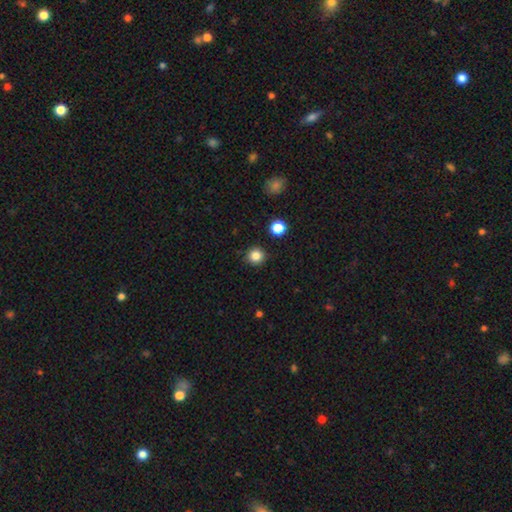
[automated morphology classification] Smooth or featured? Predicted: smooth (p=0.84). How rounded? Predicted: round (p=0.94). Merging? Predicted: none (p=0.91).